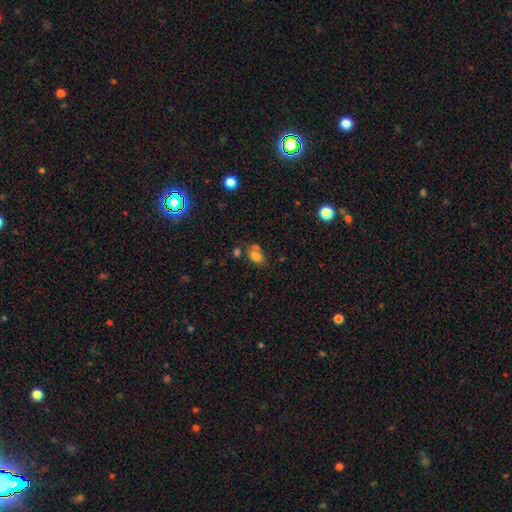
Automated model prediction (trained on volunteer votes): A smooth galaxy with no disk features (77%) that is in between round and cigar-shaped (78%).

Vote fractions:
- Smooth or featured? smooth: 77% / star or artifact: 12% / featured or disk: 11%
- How rounded? in between: 78% / round: 20% / cigar-shaped: 2%
- Merging? none: 52% / merger: 27% / minor disturbance: 15% / major disturbance: 5%